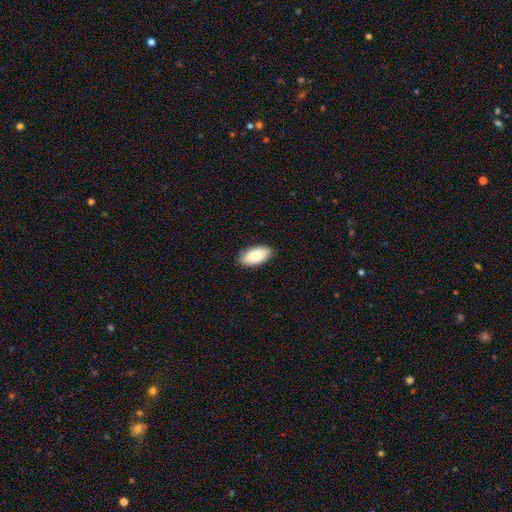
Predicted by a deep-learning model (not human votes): Morphology: type=smooth (82%); roundness=in between (94%); merging=none (90%).